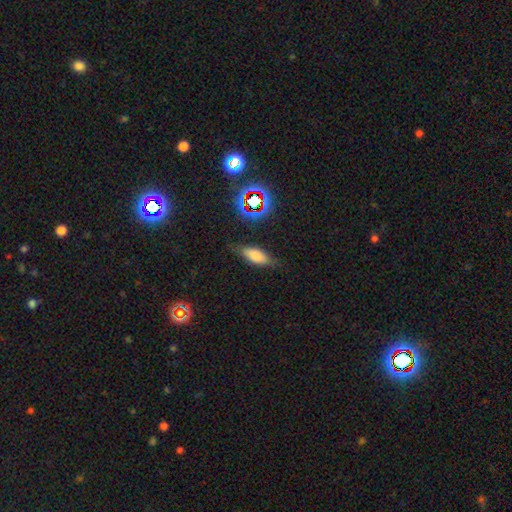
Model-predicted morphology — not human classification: Smooth or featured: smooth — 68% (featured or disk — 19%)
How rounded: in between — 73% (cigar-shaped — 24%)
Merging: none — 74% (minor disturbance — 18%)